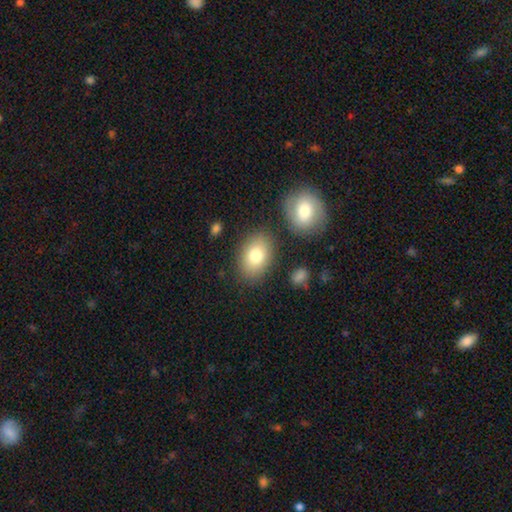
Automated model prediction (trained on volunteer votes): Smooth or featured: smooth — 80% (featured or disk — 12%)
How rounded: in between — 81% (round — 17%)
Merging: none — 81% (minor disturbance — 11%)